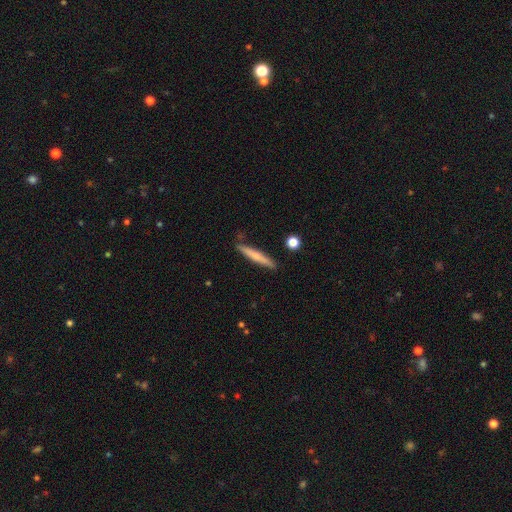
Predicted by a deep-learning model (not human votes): smooth_or_featured: smooth (p=0.60) [alt: featured or disk p=0.34]
how_rounded: cigar-shaped (p=0.95) [alt: in between p=0.04]
merging: none (p=0.86) [alt: minor disturbance p=0.10]